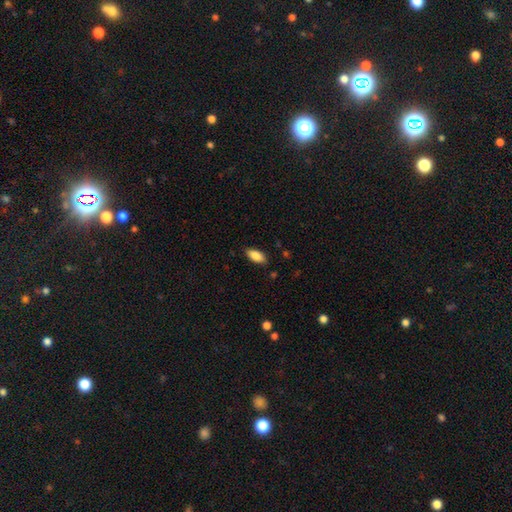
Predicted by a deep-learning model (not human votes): Q: Smooth or featured?
A: smooth (86%); runner-up: featured or disk (8%)
Q: How rounded?
A: in between (89%); runner-up: cigar-shaped (9%)
Q: Merging?
A: none (86%); runner-up: minor disturbance (11%)